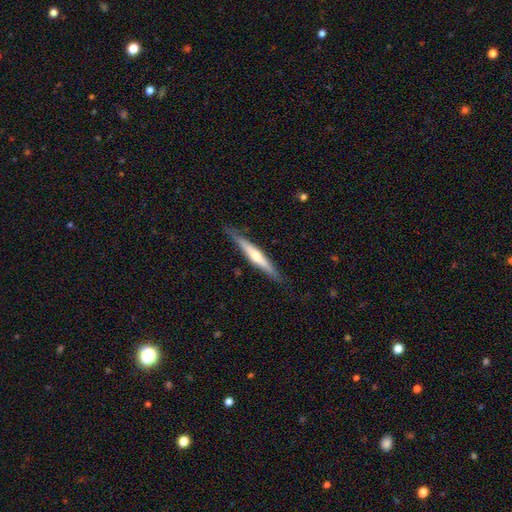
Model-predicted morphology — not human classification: A featured or disk galaxy (60%) viewed edge-on (95%) with a rounded central bulge (75%). Merging: none (85%).